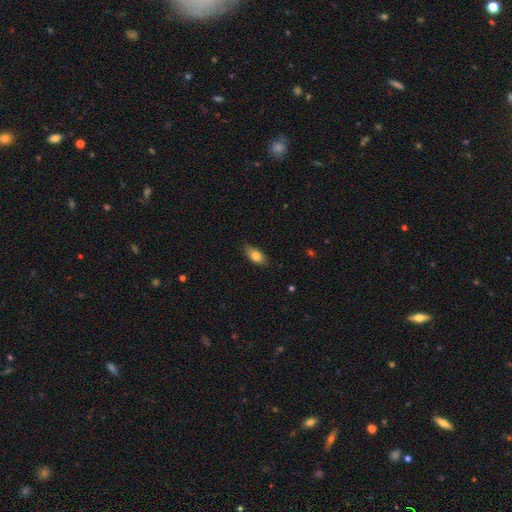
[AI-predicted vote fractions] Q: Smooth or featured?
A: smooth (80%); runner-up: featured or disk (13%)
Q: How rounded?
A: in between (86%); runner-up: cigar-shaped (9%)
Q: Merging?
A: none (77%); runner-up: minor disturbance (19%)